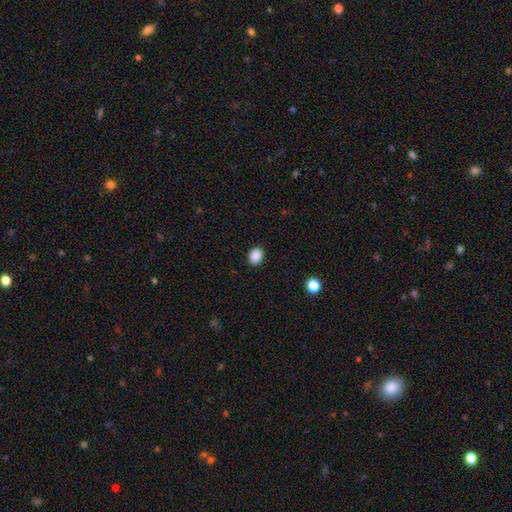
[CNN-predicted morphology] A smooth galaxy with no disk features (89%) that is in between round and cigar-shaped (62%). Merging: none (90%).